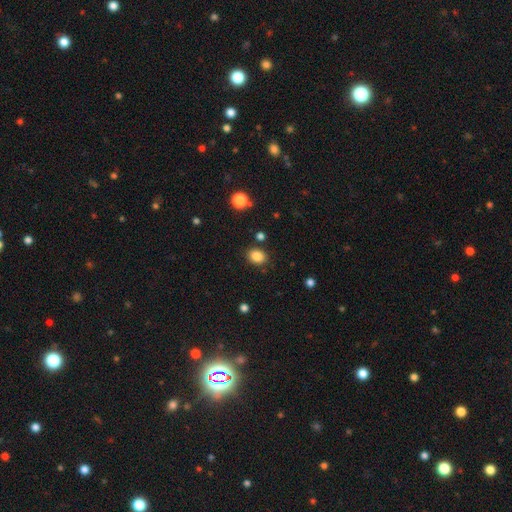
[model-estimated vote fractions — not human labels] smooth-or-featured: smooth: 85% | star or artifact: 10% | featured or disk: 4%
  how-rounded: round: 51% | in between: 48% | cigar-shaped: 1%
  merging: none: 84% | minor disturbance: 10% | merger: 3% | major disturbance: 3%